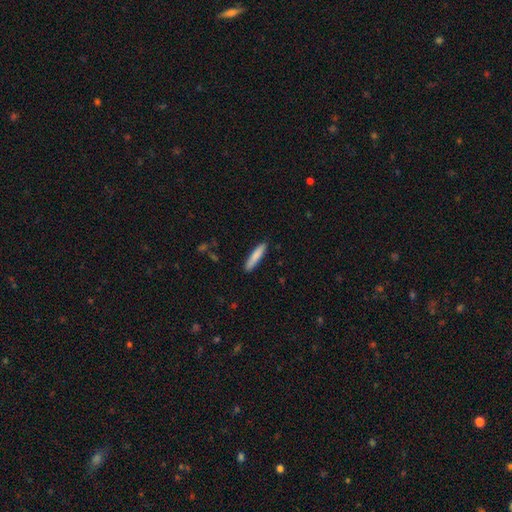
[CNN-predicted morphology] smooth 84%, featured or disk 11%, star or artifact 5%. Down the decision tree: how rounded — cigar-shaped (88%); merging — none (89%).